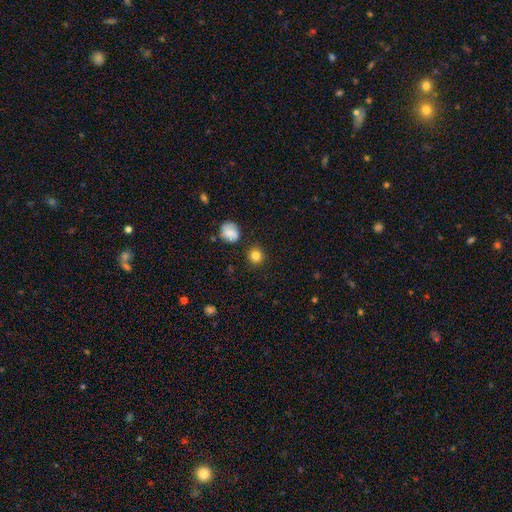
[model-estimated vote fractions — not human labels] smooth-or-featured: smooth: 83% | star or artifact: 11% | featured or disk: 6%
  how-rounded: round: 90% | in between: 9% | cigar-shaped: 1%
  merging: none: 87% | minor disturbance: 8% | merger: 3% | major disturbance: 2%